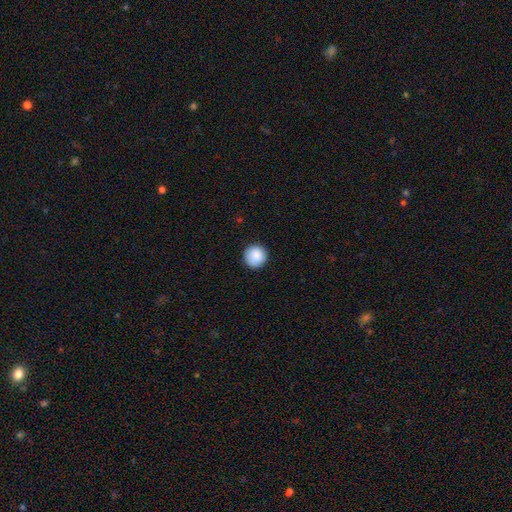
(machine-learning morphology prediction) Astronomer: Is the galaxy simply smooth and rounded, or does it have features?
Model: smooth — 89%.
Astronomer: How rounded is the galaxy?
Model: round — 95%.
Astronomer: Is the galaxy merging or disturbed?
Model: none — 91%.